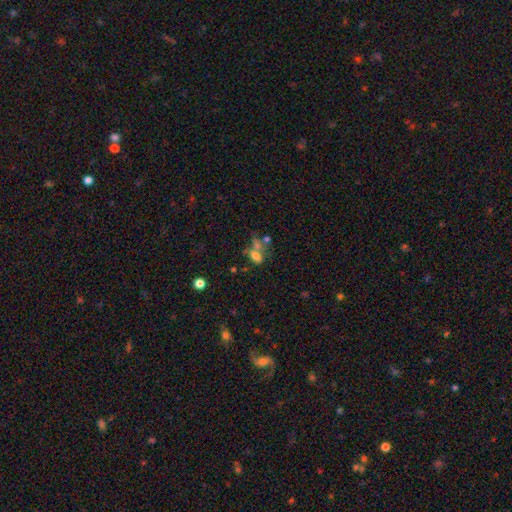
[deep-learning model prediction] smooth_or_featured: smooth (p=0.64) [alt: featured or disk p=0.19]
how_rounded: in between (p=0.80) [alt: round p=0.16]
merging: merger (p=0.42) [alt: none p=0.32]